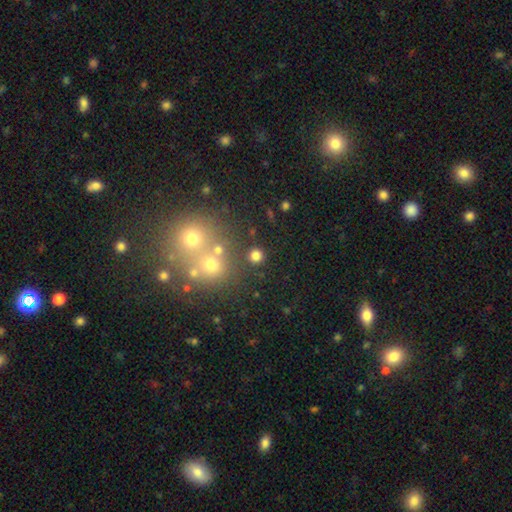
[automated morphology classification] Smooth or featured? Predicted: smooth (p=0.78). How rounded? Predicted: round (p=0.92). Merging? Predicted: none (p=0.83).